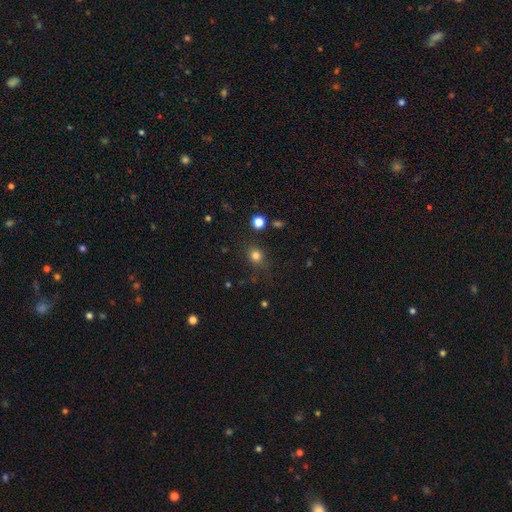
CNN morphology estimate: Smooth or featured? smooth (80%)
How rounded? round (79%)
Merging? none (80%)